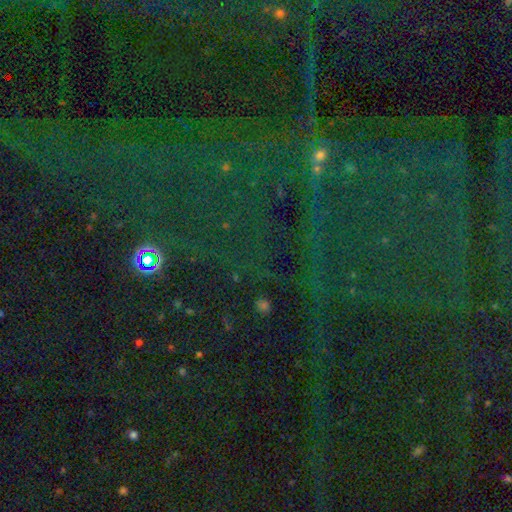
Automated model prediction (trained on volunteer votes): Smooth or featured? Predicted: star or artifact (p=0.83).